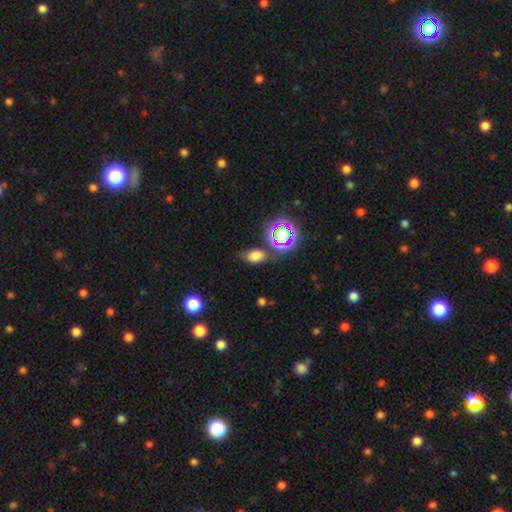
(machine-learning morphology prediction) smooth_or_featured: smooth (p=0.68) [alt: star or artifact p=0.22]
how_rounded: in between (p=0.81) [alt: round p=0.17]
merging: none (p=0.68) [alt: minor disturbance p=0.19]